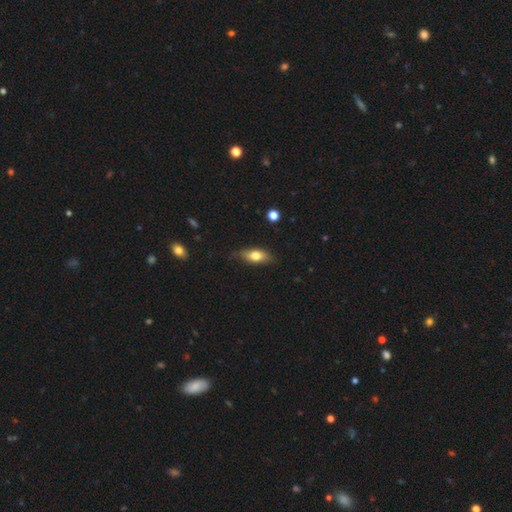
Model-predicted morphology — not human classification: Q: Smooth or featured?
A: smooth (69%); runner-up: featured or disk (24%)
Q: How rounded?
A: in between (76%); runner-up: cigar-shaped (20%)
Q: Merging?
A: none (74%); runner-up: minor disturbance (21%)